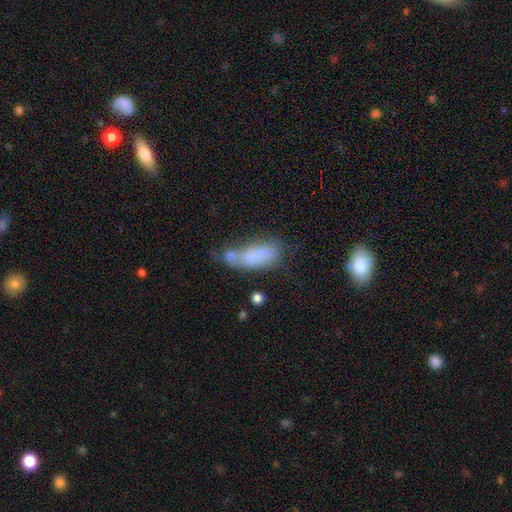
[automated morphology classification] Q: Smooth or featured?
A: smooth (71%); runner-up: featured or disk (19%)
Q: How rounded?
A: in between (76%); runner-up: cigar-shaped (21%)
Q: Merging?
A: merger (30%); runner-up: none (29%)